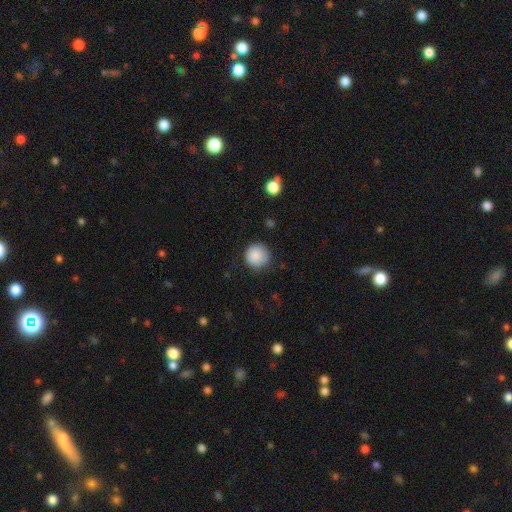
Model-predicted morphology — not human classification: Smooth or featured? smooth (88%)
How rounded? round (94%)
Merging? none (83%)